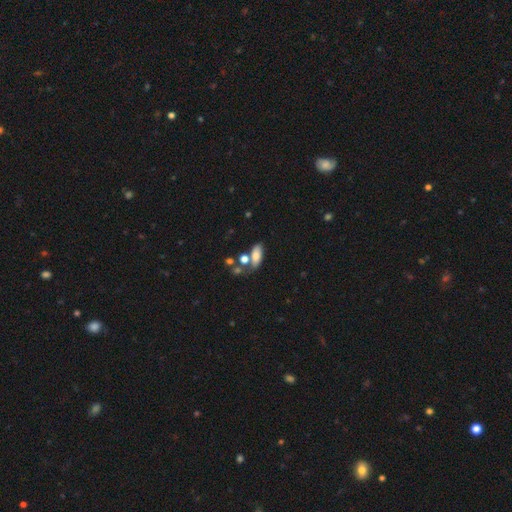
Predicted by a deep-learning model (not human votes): This is likely a smooth galaxy (72%). How rounded: clearly in between (81%). Merging: possibly none (45%).